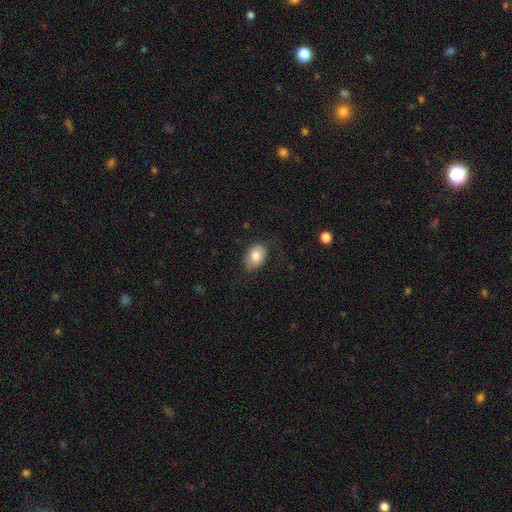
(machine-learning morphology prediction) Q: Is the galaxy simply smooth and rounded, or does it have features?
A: smooth — 81%.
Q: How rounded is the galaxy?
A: in between — 72%.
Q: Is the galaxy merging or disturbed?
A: none — 73%.